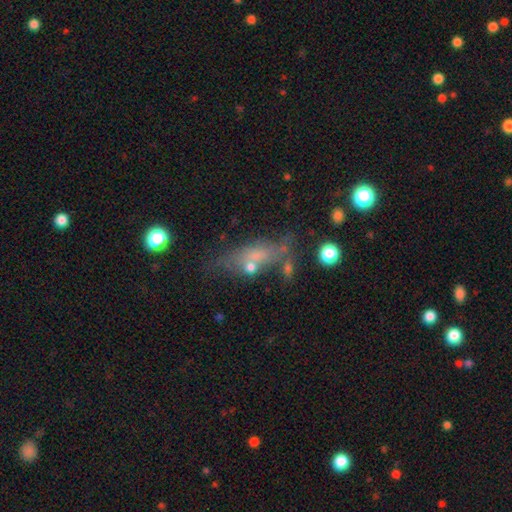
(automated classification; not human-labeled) Smooth or featured?
  - smooth: 52% *
  - featured or disk: 32%
  - star or artifact: 16%
How rounded?
  - in between: 58% *
  - cigar-shaped: 36%
  - round: 6%
Merging?
  - none: 48% *
  - minor disturbance: 22%
  - major disturbance: 16%
  - merger: 14%